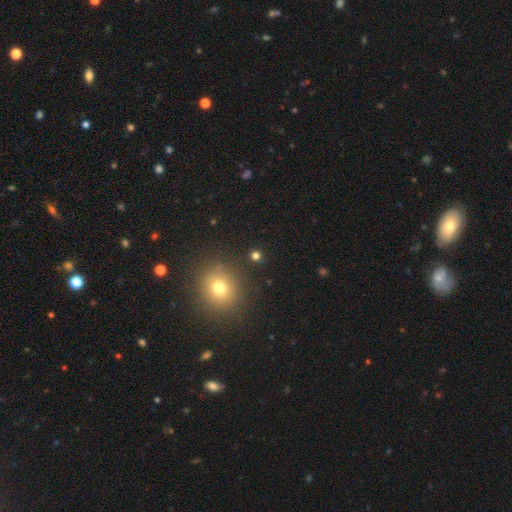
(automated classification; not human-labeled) Morphology: type=smooth (73%); roundness=round (89%); merging=none (87%).